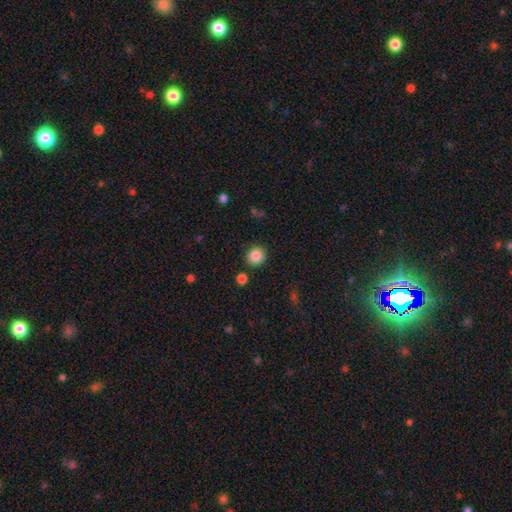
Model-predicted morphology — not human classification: smooth 86%, star or artifact 10%, featured or disk 4%. Down the decision tree: how rounded — round (89%); merging — none (87%).